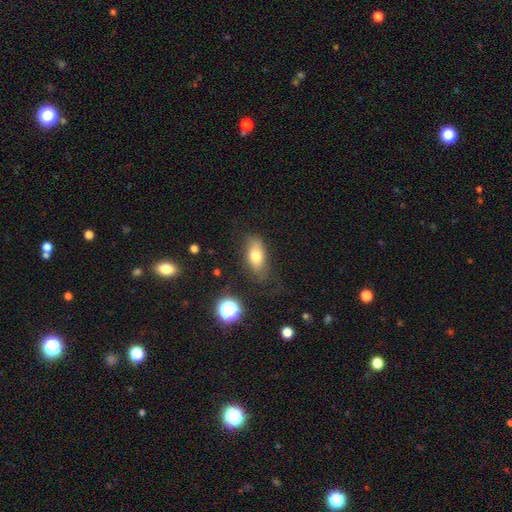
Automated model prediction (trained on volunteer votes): Smooth or featured?
  - smooth: 72% *
  - featured or disk: 18%
  - star or artifact: 10%
How rounded?
  - in between: 84% *
  - cigar-shaped: 8%
  - round: 7%
Merging?
  - none: 68% *
  - minor disturbance: 22%
  - major disturbance: 8%
  - merger: 2%